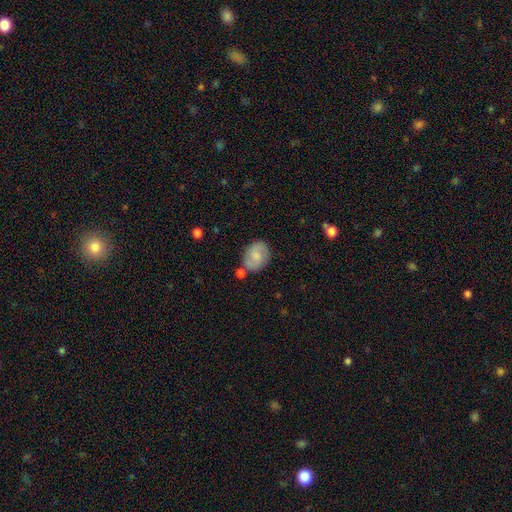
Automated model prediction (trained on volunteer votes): Smooth or featured? Predicted: smooth (p=0.56). How rounded? Predicted: in between (p=0.62). Merging? Predicted: none (p=0.67).